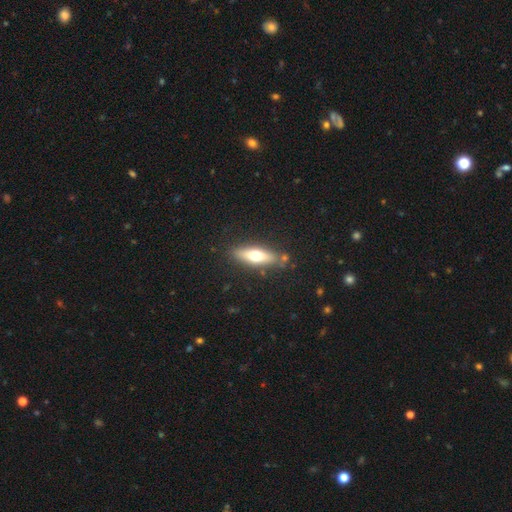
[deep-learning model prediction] Smooth or featured? Predicted: smooth (p=0.58). How rounded? Predicted: cigar-shaped (p=0.52). Merging? Predicted: none (p=0.82).